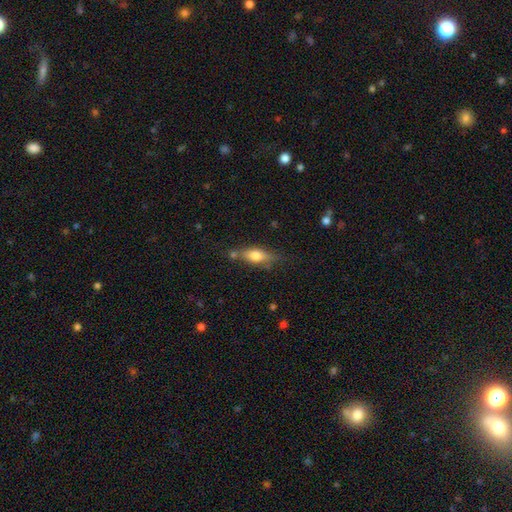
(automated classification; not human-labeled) Q: Smooth or featured?
A: smooth (62%); runner-up: featured or disk (30%)
Q: How rounded?
A: in between (62%); runner-up: cigar-shaped (34%)
Q: Merging?
A: none (66%); runner-up: minor disturbance (20%)